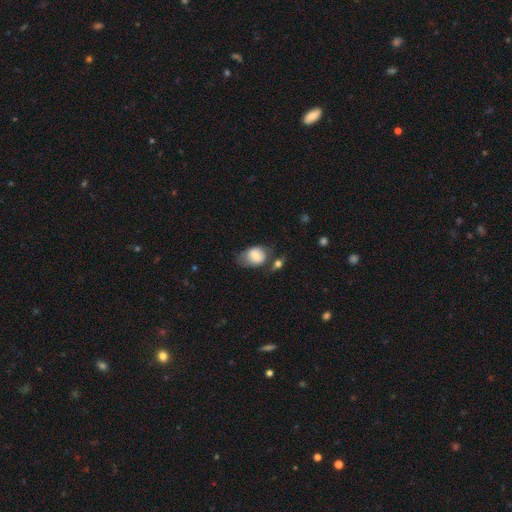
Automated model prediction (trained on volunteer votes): Smooth or featured?
  - smooth: 70% *
  - featured or disk: 22%
  - star or artifact: 8%
How rounded?
  - in between: 66% *
  - round: 33%
  - cigar-shaped: 1%
Merging?
  - none: 41% *
  - minor disturbance: 28%
  - major disturbance: 16%
  - merger: 15%